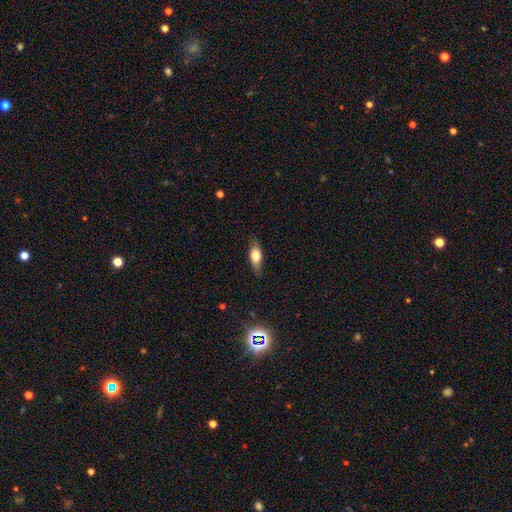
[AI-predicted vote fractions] This appears to be a smooth galaxy with no disk features (65%) that is in between round and cigar-shaped (72%). Merging: none (78%).